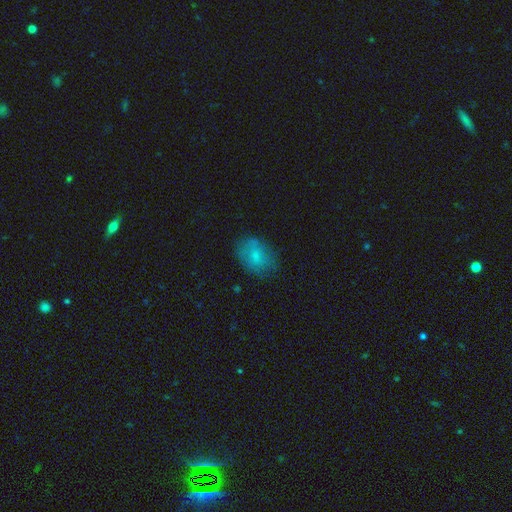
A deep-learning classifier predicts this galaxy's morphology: This is likely a smooth galaxy (73%). How rounded: likely in between (70%). Merging: likely none (69%).